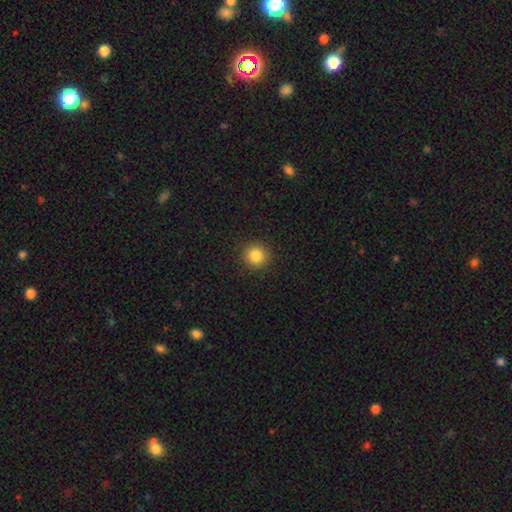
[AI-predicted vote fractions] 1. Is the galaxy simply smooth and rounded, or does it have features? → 85% smooth, 11% star or artifact, 5% featured or disk.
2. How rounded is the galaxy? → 94% round, 5% in between, 1% cigar-shaped.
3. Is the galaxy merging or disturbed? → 91% none, 6% minor disturbance, 2% major disturbance, 1% merger.